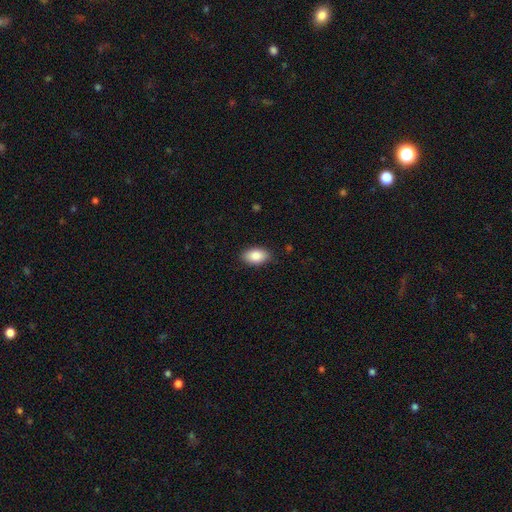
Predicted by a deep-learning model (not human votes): Smooth or featured? smooth (87%)
How rounded? in between (92%)
Merging? none (87%)